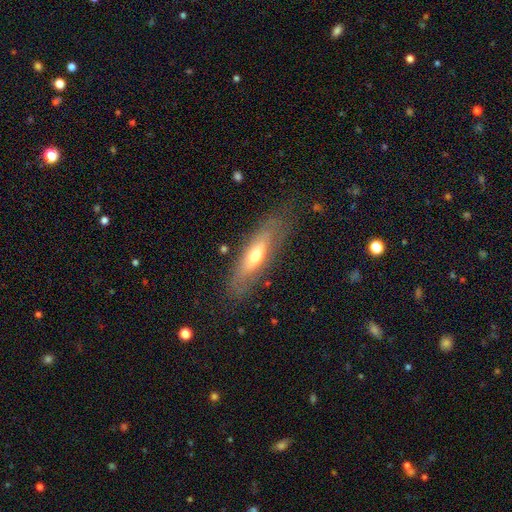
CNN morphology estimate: Smooth or featured? smooth (49%)
Merging? none (75%)